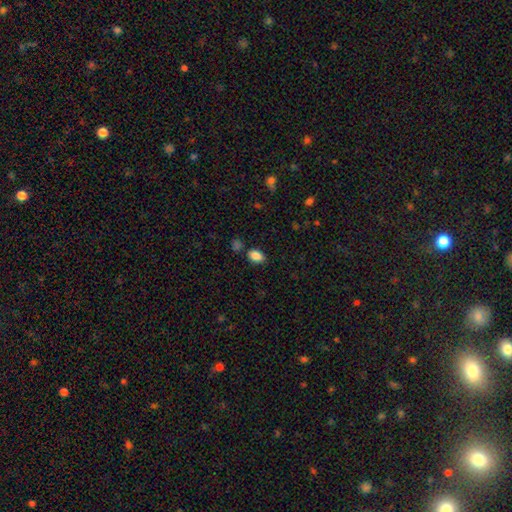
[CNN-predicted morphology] Q: Smooth or featured?
A: smooth (87%); runner-up: star or artifact (9%)
Q: How rounded?
A: in between (83%); runner-up: round (16%)
Q: Merging?
A: none (78%); runner-up: minor disturbance (13%)